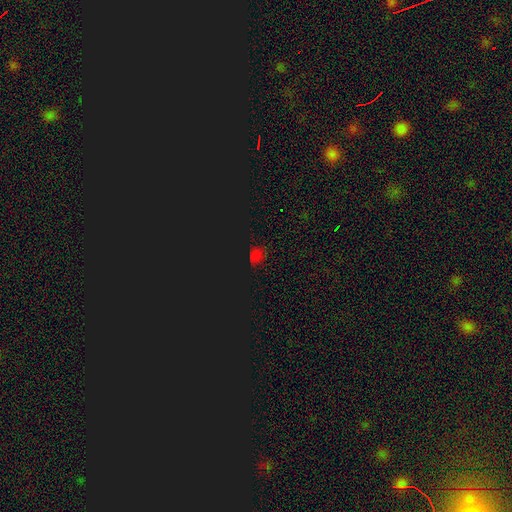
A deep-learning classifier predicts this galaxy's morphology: A star or artifact, not a galaxy (61%).

Vote fractions:
- Smooth or featured? star or artifact: 61% / smooth: 33% / featured or disk: 6%